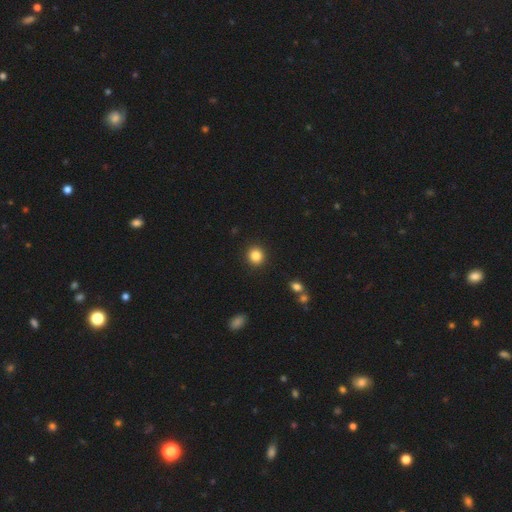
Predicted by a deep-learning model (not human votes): This is clearly a smooth galaxy (85%). How rounded: clearly round (89%). Merging: clearly none (92%).